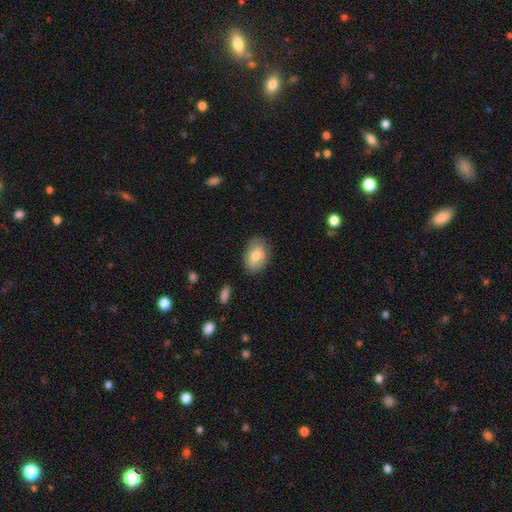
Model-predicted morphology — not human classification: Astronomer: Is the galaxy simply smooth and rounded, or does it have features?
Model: smooth — 74%.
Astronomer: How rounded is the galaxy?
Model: in between — 83%.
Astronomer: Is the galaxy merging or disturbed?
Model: none — 79%.